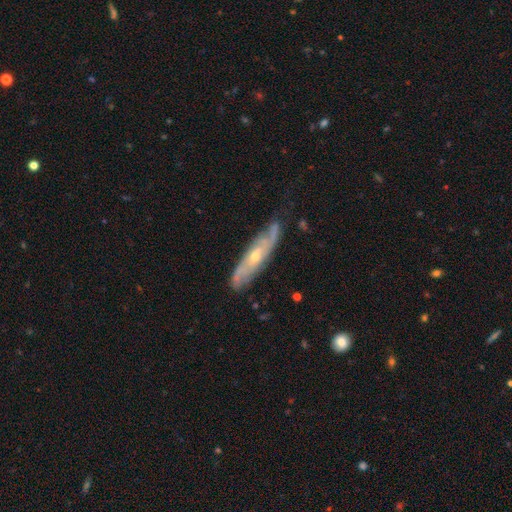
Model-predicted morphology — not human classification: smooth_or_featured: featured or disk (p=0.78) [alt: smooth p=0.16]
disk_edge_on: no (p=0.60) [alt: yes p=0.40]
merging: none (p=0.71) [alt: minor disturbance p=0.22]